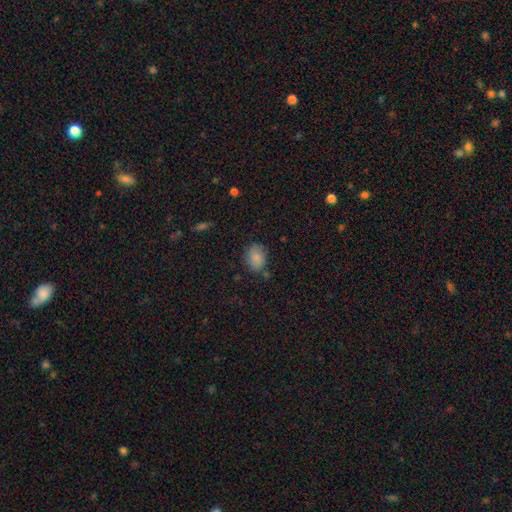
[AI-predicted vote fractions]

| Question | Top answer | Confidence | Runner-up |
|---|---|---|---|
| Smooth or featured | smooth | 84% | star or artifact (8%) |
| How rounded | in between | 53% | round (46%) |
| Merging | none | 76% | minor disturbance (17%) |